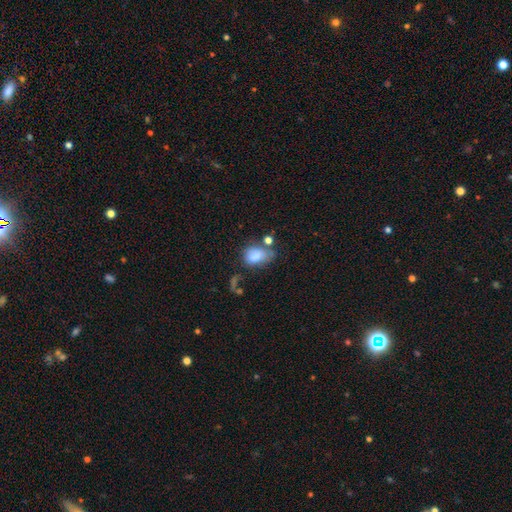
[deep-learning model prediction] Q: Smooth or featured?
A: smooth (78%); runner-up: featured or disk (12%)
Q: How rounded?
A: in between (79%); runner-up: round (19%)
Q: Merging?
A: none (35%); runner-up: minor disturbance (24%)